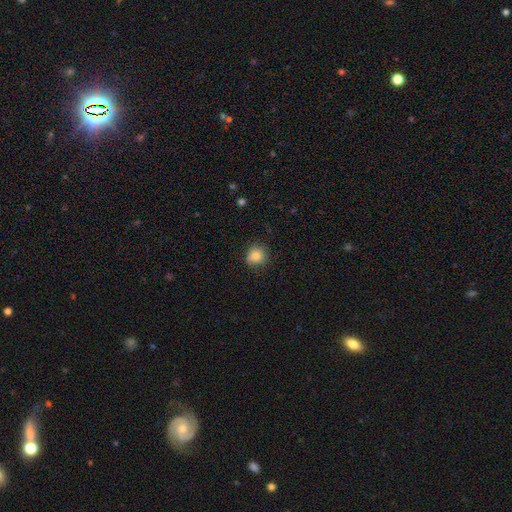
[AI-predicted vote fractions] smooth 82%, star or artifact 10%, featured or disk 8%. Down the decision tree: how rounded — round (88%); merging — none (80%).